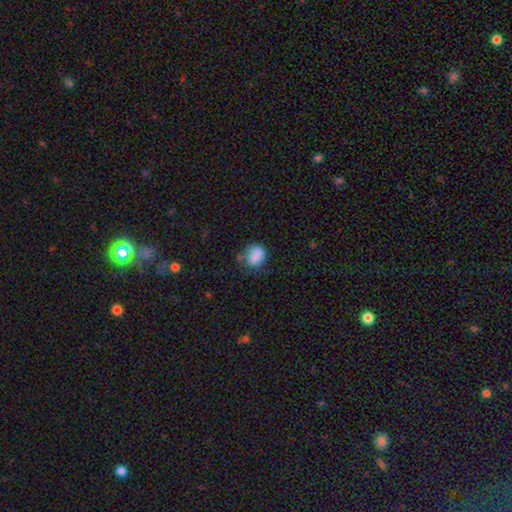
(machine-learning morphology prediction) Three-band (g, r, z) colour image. It shows a smooth galaxy with no disk features (80%) that is round (64%). Merging: none (56%).